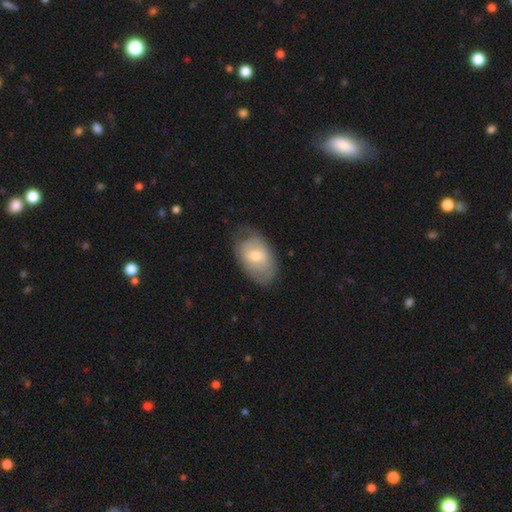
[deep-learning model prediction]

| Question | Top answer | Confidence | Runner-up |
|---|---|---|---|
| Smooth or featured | smooth | 57% | featured or disk (37%) |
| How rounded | in between | 88% | round (11%) |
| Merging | none | 65% | minor disturbance (25%) |